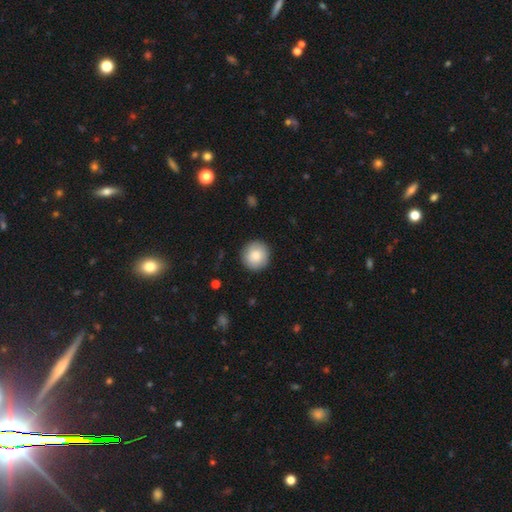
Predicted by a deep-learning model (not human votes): smooth-or-featured: smooth: 83% | featured or disk: 10% | star or artifact: 7%
  how-rounded: round: 95% | in between: 4% | cigar-shaped: 1%
  merging: none: 90% | minor disturbance: 7% | major disturbance: 2% | merger: 1%